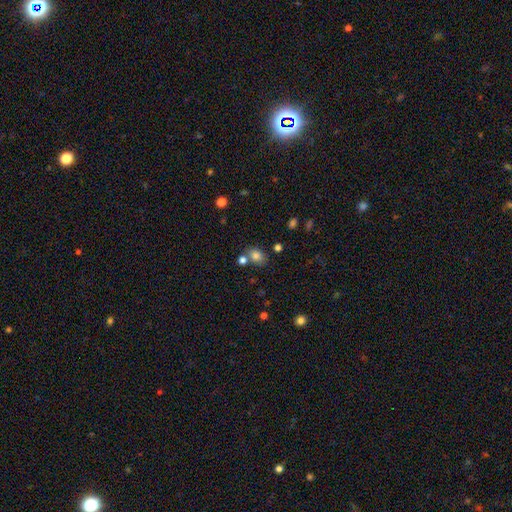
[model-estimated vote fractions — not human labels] This is likely a smooth galaxy (79%). How rounded: likely in between (62%). Merging: likely none (66%).